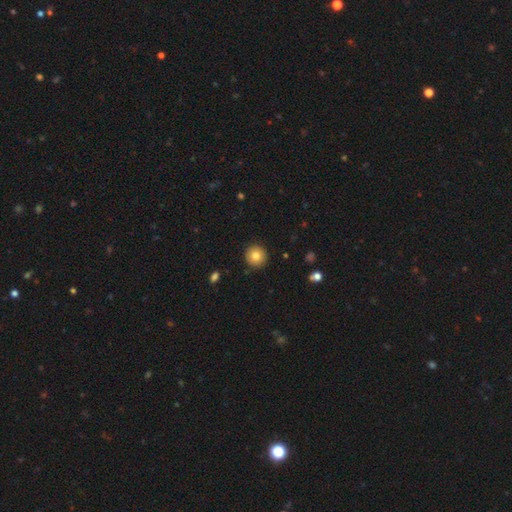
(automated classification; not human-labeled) Overall: smooth (82%). How rounded: round (94%). Merging: none (91%).